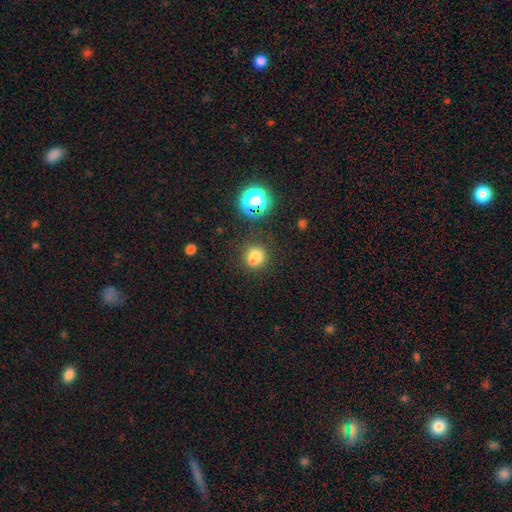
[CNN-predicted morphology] A smooth galaxy with no disk features (74%) that is round (80%). Merging: none (60%).